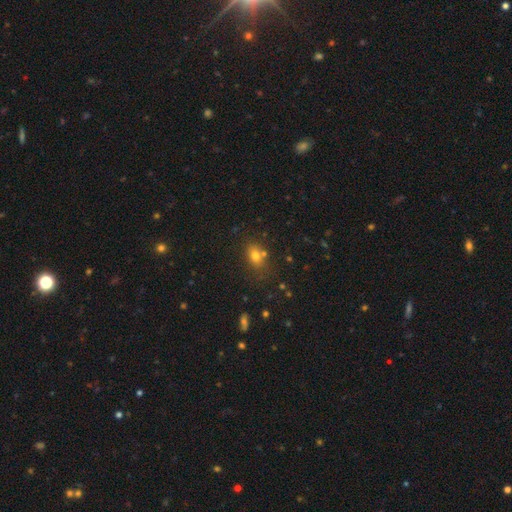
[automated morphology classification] type=smooth (74%); roundness=in between (69%); merging=none (64%).